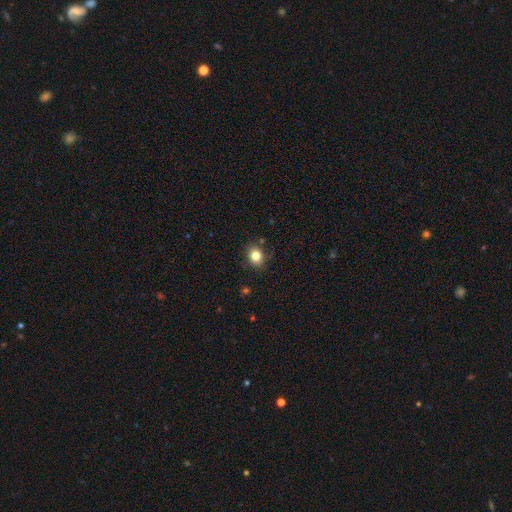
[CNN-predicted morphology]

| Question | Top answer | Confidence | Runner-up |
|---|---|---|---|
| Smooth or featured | smooth | 82% | star or artifact (11%) |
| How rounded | round | 58% | in between (41%) |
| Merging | none | 84% | minor disturbance (11%) |